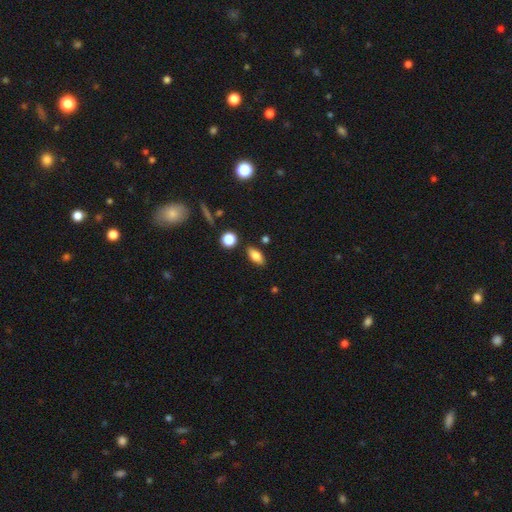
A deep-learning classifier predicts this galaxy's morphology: type=smooth (79%); roundness=in between (85%); merging=none (84%).